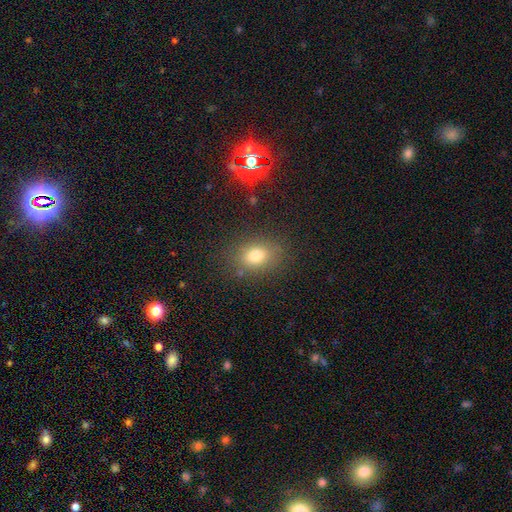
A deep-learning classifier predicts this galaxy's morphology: smooth 77%, star or artifact 13%, featured or disk 10%. Down the decision tree: how rounded — in between (64%); merging — none (81%).